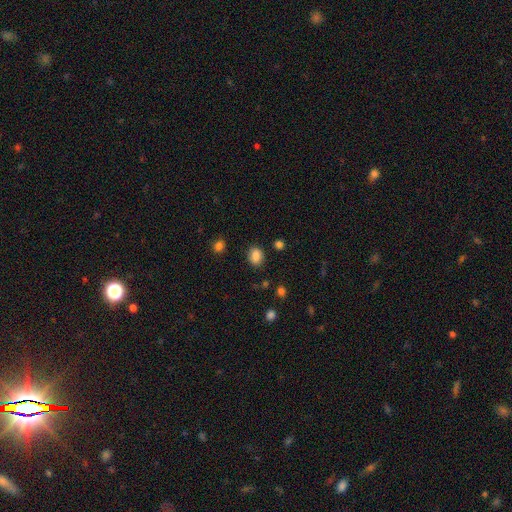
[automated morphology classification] Overall: smooth (85%). How rounded: in between (54%; round 45%). Merging: none (84%).